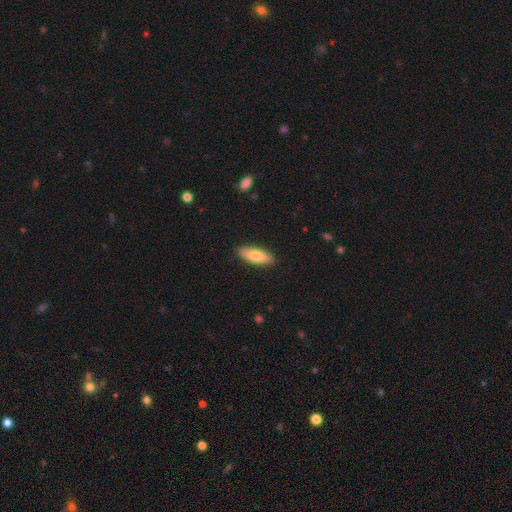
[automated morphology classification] A smooth galaxy with no disk features (79%) that is in between round and cigar-shaped (63%).

Vote fractions:
- Smooth or featured? smooth: 79% / featured or disk: 16% / star or artifact: 6%
- How rounded? in between: 63% / cigar-shaped: 35% / round: 2%
- Merging? none: 89% / minor disturbance: 9% / major disturbance: 2% / merger: 1%